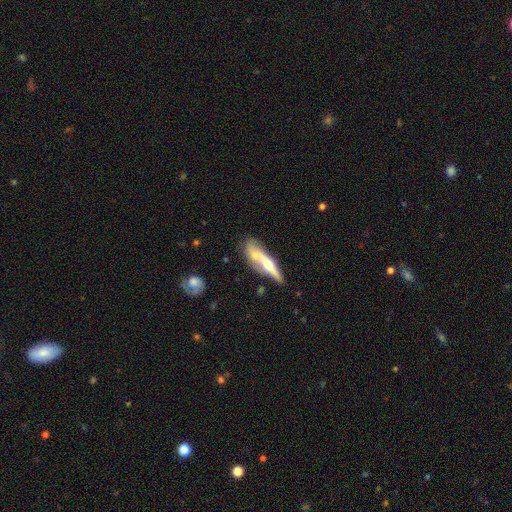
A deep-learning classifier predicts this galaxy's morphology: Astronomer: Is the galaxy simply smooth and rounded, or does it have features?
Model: featured or disk — 55% (runner-up: smooth, 39%).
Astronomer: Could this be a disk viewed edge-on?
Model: yes — 74%.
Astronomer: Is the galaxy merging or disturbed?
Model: none — 39% (runner-up: merger, 35%).